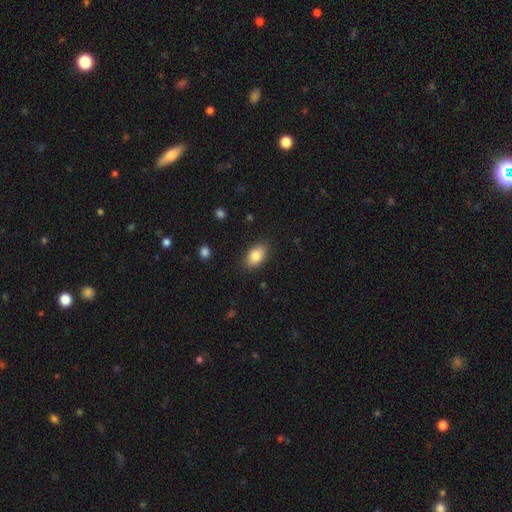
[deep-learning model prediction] Morphology: type=smooth (84%); roundness=in between (91%); merging=none (86%).